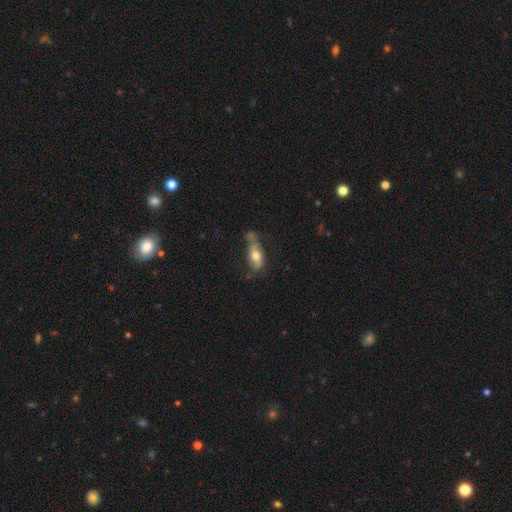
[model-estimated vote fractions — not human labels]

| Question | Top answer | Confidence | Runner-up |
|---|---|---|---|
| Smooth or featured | smooth | 54% | featured or disk (39%) |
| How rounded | in between | 76% | cigar-shaped (18%) |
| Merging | none | 43% | minor disturbance (29%) |